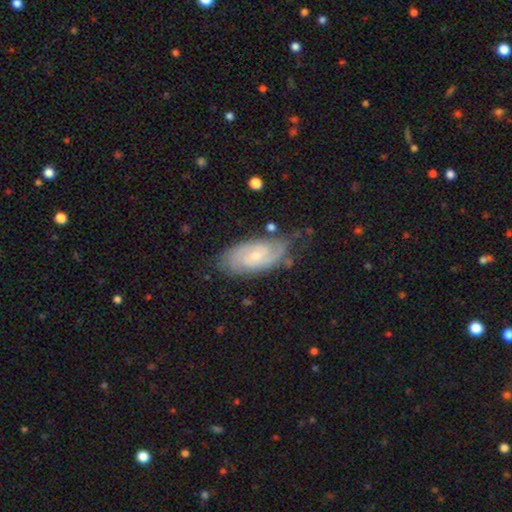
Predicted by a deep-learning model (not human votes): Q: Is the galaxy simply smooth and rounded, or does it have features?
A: featured or disk — 79%.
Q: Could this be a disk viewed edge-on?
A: no — 95%.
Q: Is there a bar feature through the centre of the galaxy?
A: no — 58%.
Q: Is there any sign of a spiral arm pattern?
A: yes — 95%.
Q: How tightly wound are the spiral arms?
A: tight — 60%.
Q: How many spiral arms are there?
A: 2 — 57%.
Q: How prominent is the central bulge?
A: small — 65%.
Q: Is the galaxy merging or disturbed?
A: none — 68%.